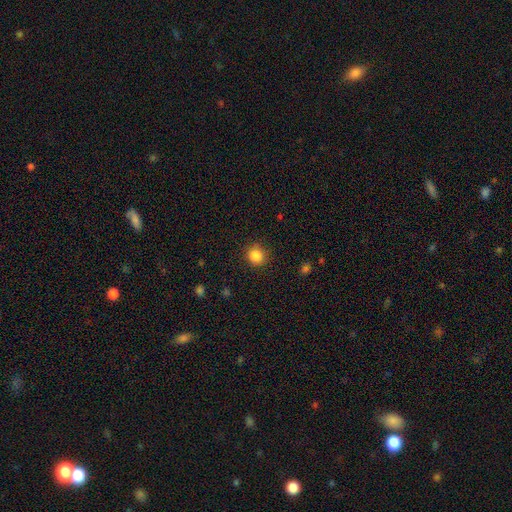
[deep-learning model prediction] Morphology: type=smooth (86%); roundness=round (88%); merging=none (86%).